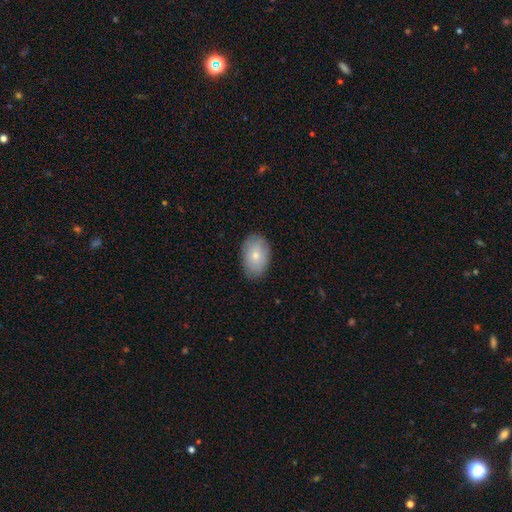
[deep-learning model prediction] smooth-or-featured: smooth: 78% | featured or disk: 15% | star or artifact: 7%
  how-rounded: in between: 88% | round: 11% | cigar-shaped: 1%
  merging: none: 85% | minor disturbance: 12% | major disturbance: 2% | merger: 1%